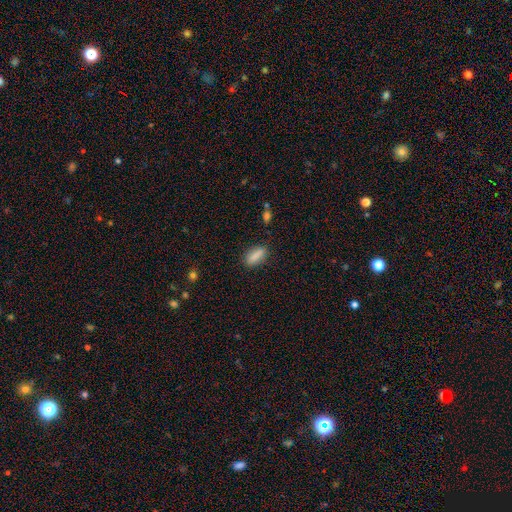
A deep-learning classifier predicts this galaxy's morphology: Smooth or featured? Predicted: smooth (p=0.84). How rounded? Predicted: in between (p=0.70). Merging? Predicted: none (p=0.83).